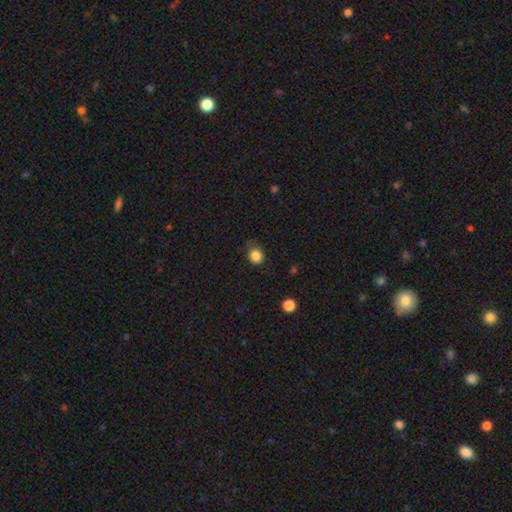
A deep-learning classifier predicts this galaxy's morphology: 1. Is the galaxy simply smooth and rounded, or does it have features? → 85% smooth, 11% star or artifact, 4% featured or disk.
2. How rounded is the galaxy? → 76% round, 24% in between, 1% cigar-shaped.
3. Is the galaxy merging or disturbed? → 73% none, 21% minor disturbance, 5% major disturbance, 1% merger.